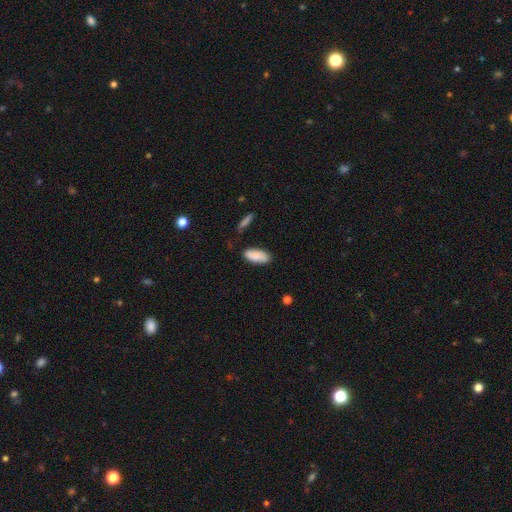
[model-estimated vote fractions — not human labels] Overall: smooth (86%). How rounded: in between (82%). Merging: none (78%).